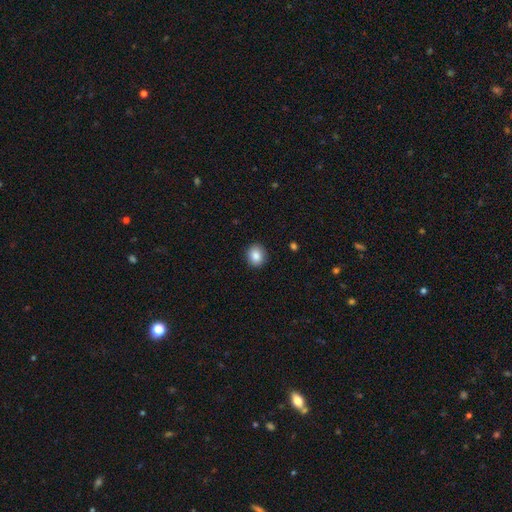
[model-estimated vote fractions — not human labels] Q: Smooth or featured?
A: smooth (87%); runner-up: star or artifact (8%)
Q: How rounded?
A: round (73%); runner-up: in between (26%)
Q: Merging?
A: none (91%); runner-up: minor disturbance (6%)